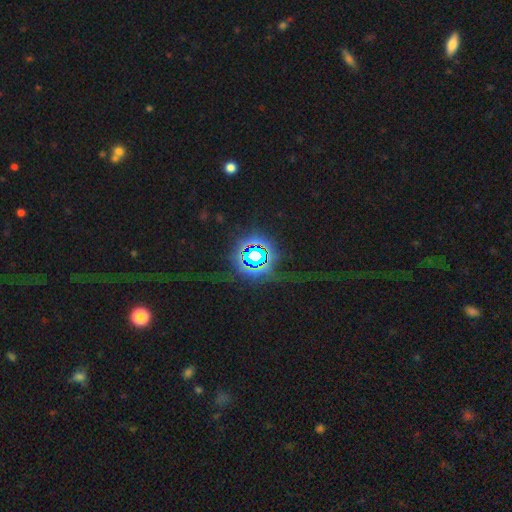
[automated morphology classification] smooth_or_featured: star or artifact (p=0.75) [alt: smooth p=0.13]